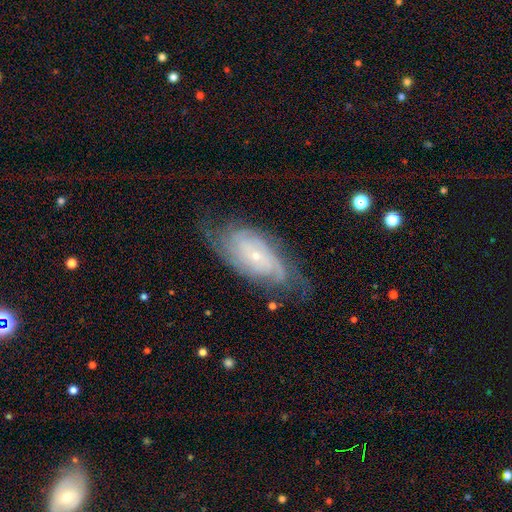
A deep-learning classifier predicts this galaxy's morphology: Overall: featured or disk (82%). Edge-on disk: no (93%). Bar: no (70%). Spiral arms: yes (95%). Spiral arm count: can't tell (37%; 2 21%). Spiral winding: tight (66%; medium 27%). Bulge size: small (80%). Merging: none (69%).